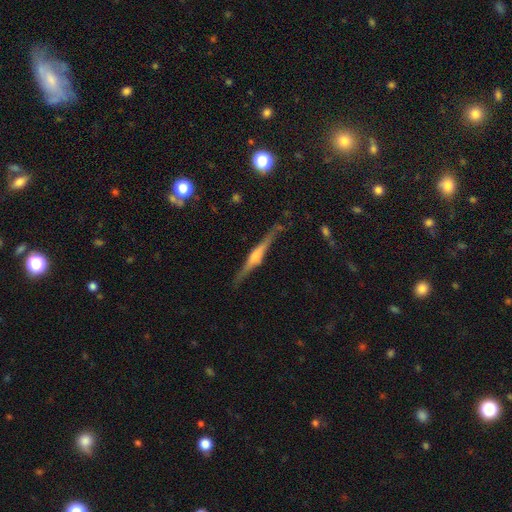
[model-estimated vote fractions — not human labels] Smooth or featured? featured or disk (80%)
Edge-on disk? yes (98%)
Edge-on bulge? rounded (82%)
Merging? none (86%)